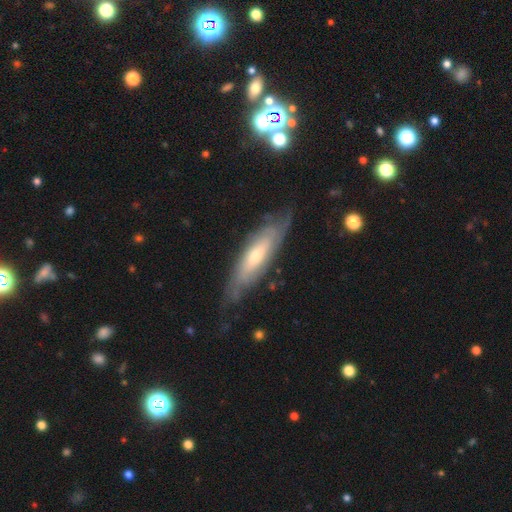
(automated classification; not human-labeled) Smooth or featured?
  - featured or disk: 68% *
  - smooth: 26%
  - star or artifact: 6%
Edge-on disk?
  - no: 66% *
  - yes: 34%
Merging?
  - none: 68% *
  - minor disturbance: 21%
  - major disturbance: 9%
  - merger: 2%